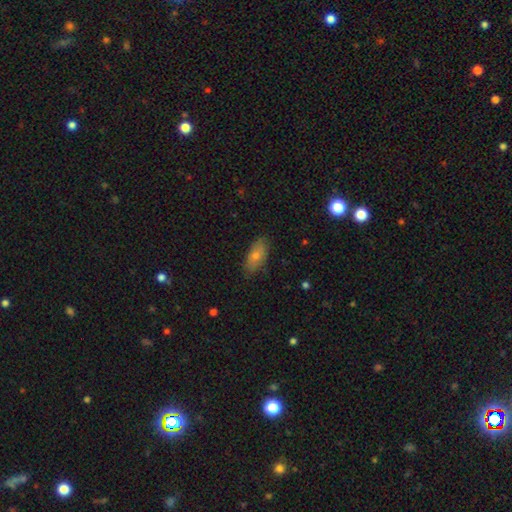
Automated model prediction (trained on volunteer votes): This is likely a smooth galaxy (69%). How rounded: clearly in between (81%). Merging: clearly none (83%).